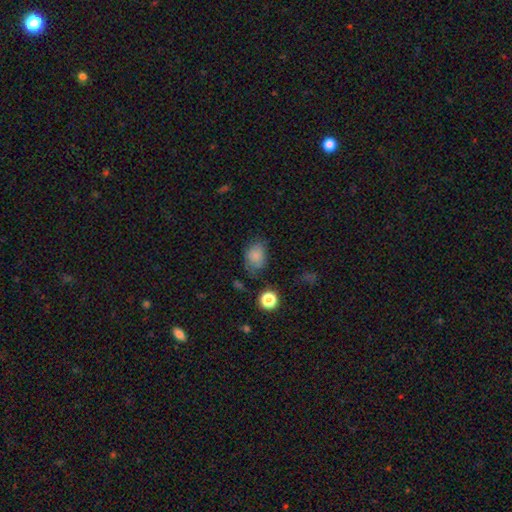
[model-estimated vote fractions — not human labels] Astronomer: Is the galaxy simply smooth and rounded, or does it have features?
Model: smooth — 78%.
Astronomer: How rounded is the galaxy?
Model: in between — 65%.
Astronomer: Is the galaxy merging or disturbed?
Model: none — 57%.